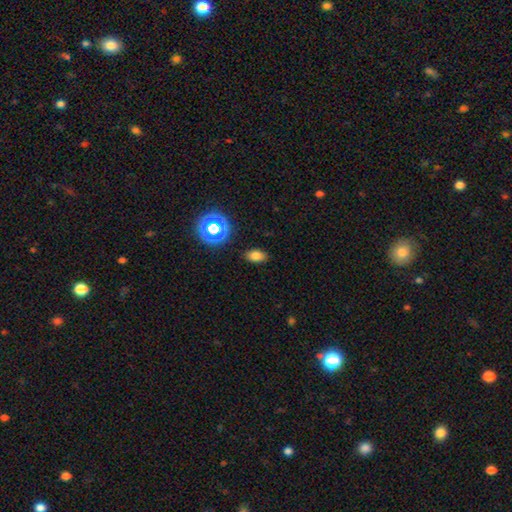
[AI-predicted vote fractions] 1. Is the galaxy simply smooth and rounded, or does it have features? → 75% smooth, 17% star or artifact, 7% featured or disk.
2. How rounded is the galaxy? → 86% in between, 12% round, 2% cigar-shaped.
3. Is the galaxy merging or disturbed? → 87% none, 10% minor disturbance, 3% major disturbance, 1% merger.